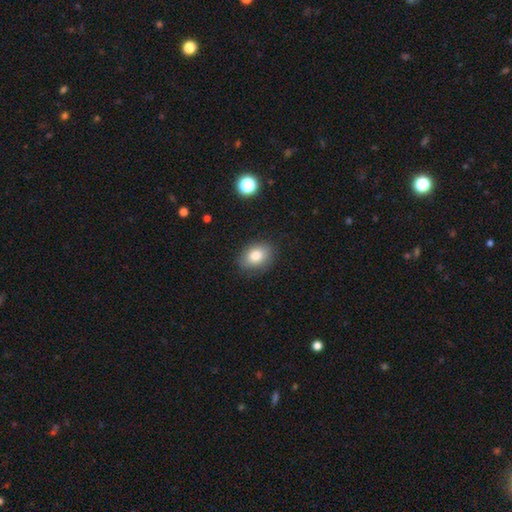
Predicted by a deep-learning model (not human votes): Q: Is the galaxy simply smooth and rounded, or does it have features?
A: smooth — 83%.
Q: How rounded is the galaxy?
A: in between — 71%.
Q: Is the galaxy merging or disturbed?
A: none — 83%.